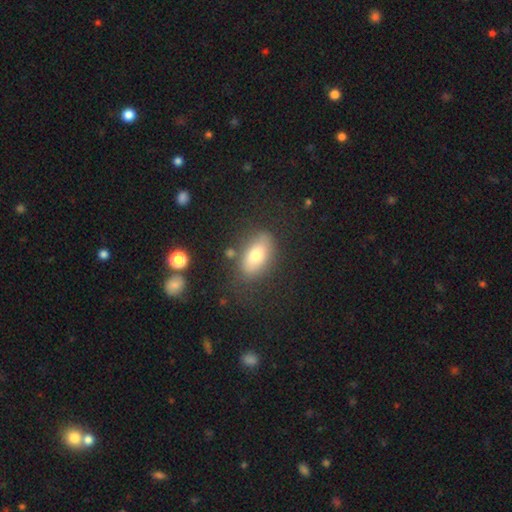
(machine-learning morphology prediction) The model was most divided on "smooth or featured": smooth: 72%, featured or disk: 19%, star or artifact: 9%. More confident: how rounded — in between (87%); merging — none (73%).